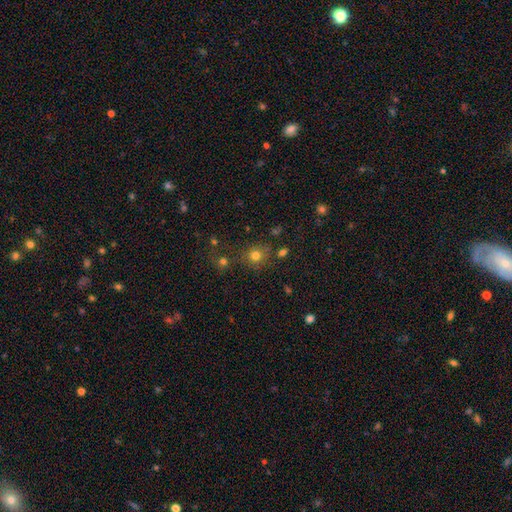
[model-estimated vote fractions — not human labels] Morphology: type=smooth (76%); roundness=round (86%); merging=none (73%).